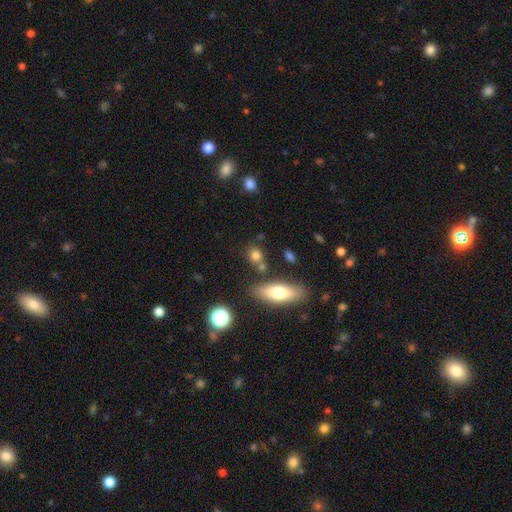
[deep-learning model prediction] Smooth or featured? Predicted: smooth (p=0.76). How rounded? Predicted: round (p=0.60). Merging? Predicted: none (p=0.67).